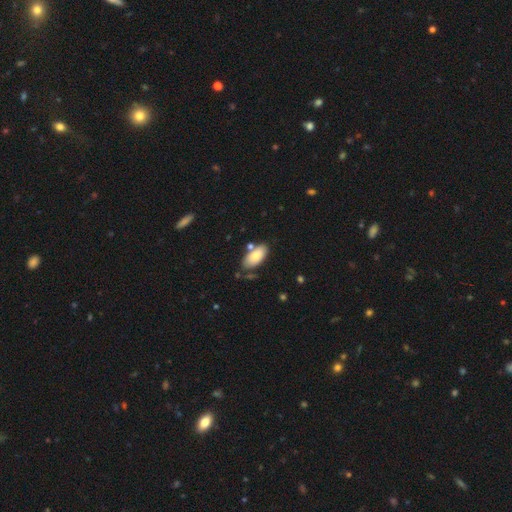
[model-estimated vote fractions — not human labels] Q: Smooth or featured?
A: smooth (78%); runner-up: featured or disk (16%)
Q: How rounded?
A: in between (92%); runner-up: cigar-shaped (6%)
Q: Merging?
A: none (71%); runner-up: minor disturbance (15%)